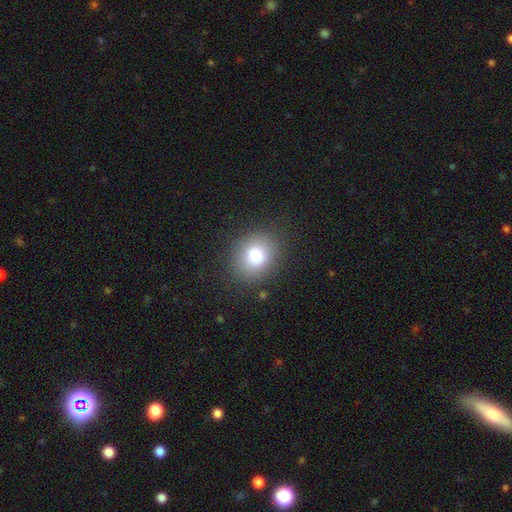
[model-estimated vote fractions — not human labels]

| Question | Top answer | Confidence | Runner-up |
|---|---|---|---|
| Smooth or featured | smooth | 77% | star or artifact (12%) |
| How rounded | round | 61% | in between (38%) |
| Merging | none | 83% | minor disturbance (11%) |